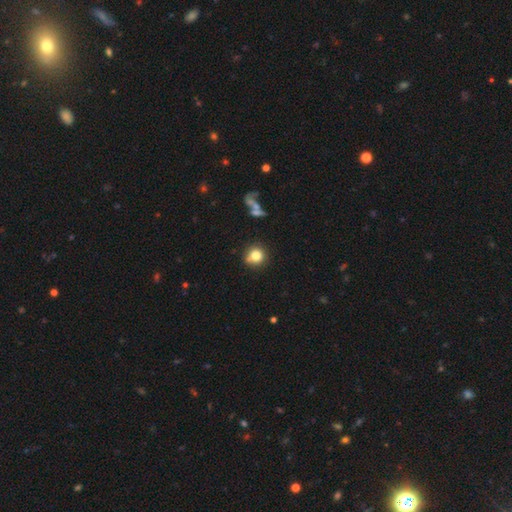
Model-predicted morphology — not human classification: smooth 80%, star or artifact 12%, featured or disk 9%. Down the decision tree: how rounded — round (88%); merging — none (69%).